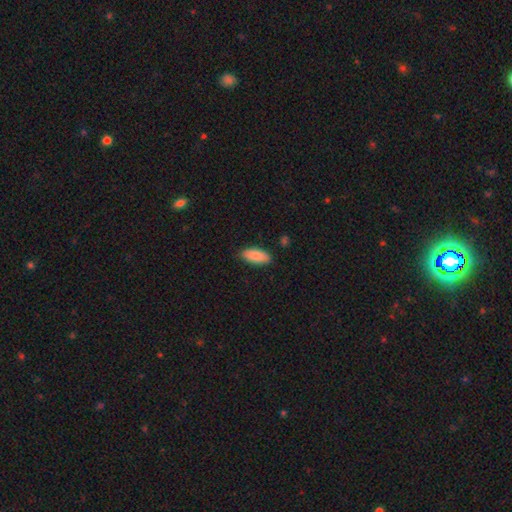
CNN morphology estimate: Smooth or featured? Predicted: smooth (p=0.87). How rounded? Predicted: in between (p=0.85). Merging? Predicted: none (p=0.87).